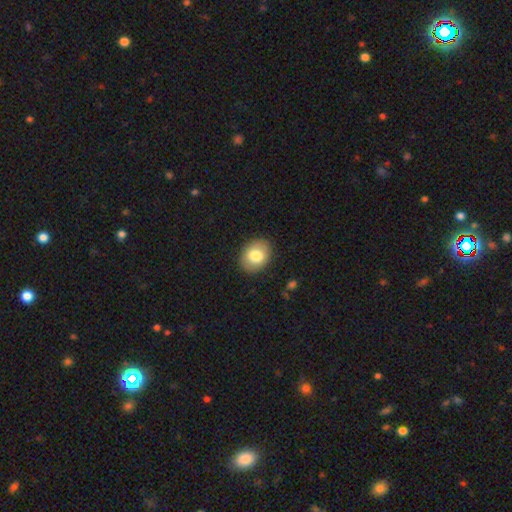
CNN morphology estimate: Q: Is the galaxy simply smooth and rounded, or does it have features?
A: smooth — 79%.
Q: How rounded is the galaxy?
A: in between — 63%.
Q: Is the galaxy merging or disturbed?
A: none — 88%.